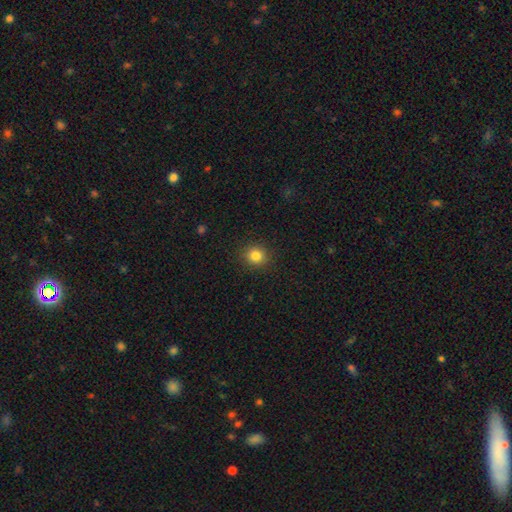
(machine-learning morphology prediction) Q: Smooth or featured?
A: smooth (83%); runner-up: star or artifact (12%)
Q: How rounded?
A: round (88%); runner-up: in between (11%)
Q: Merging?
A: none (91%); runner-up: minor disturbance (6%)